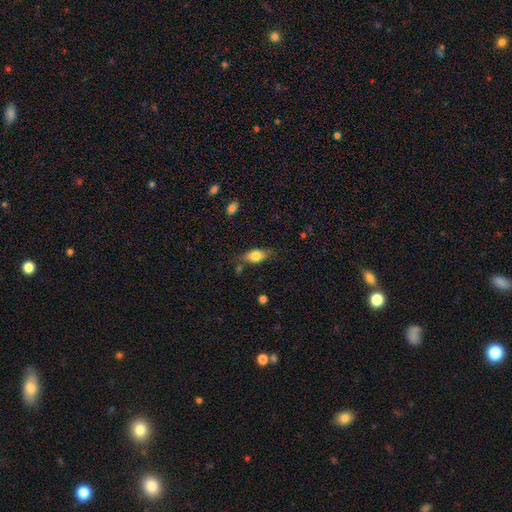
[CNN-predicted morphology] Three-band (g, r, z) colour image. It shows a smooth galaxy with no disk features (72%) that is in between round and cigar-shaped (82%). Merging: none (70%).